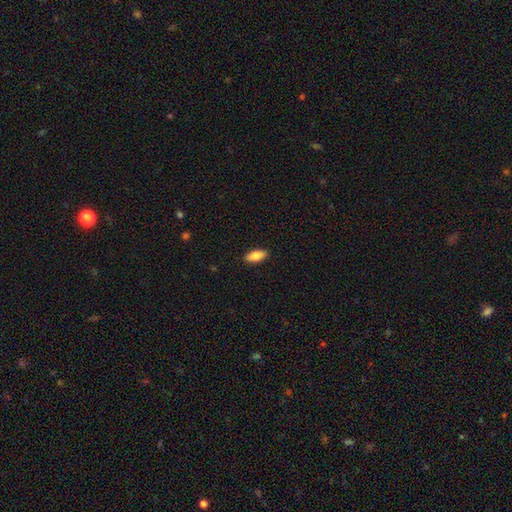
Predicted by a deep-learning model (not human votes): smooth_or_featured: smooth (p=0.84) [alt: featured or disk p=0.09]
how_rounded: in between (p=0.83) [alt: cigar-shaped p=0.15]
merging: none (p=0.90) [alt: minor disturbance p=0.08]